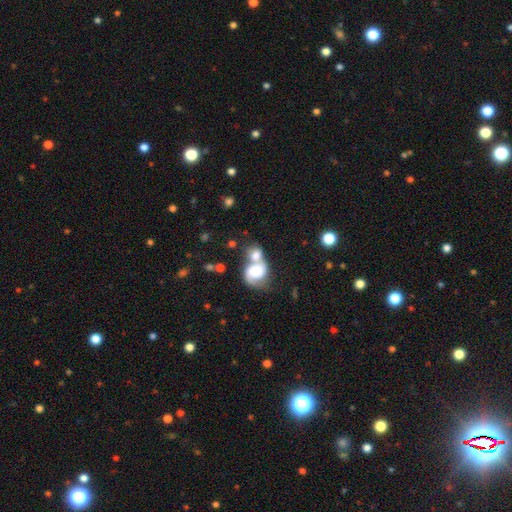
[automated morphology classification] type=smooth (53%); roundness=round (56%); merging=merger (64%).